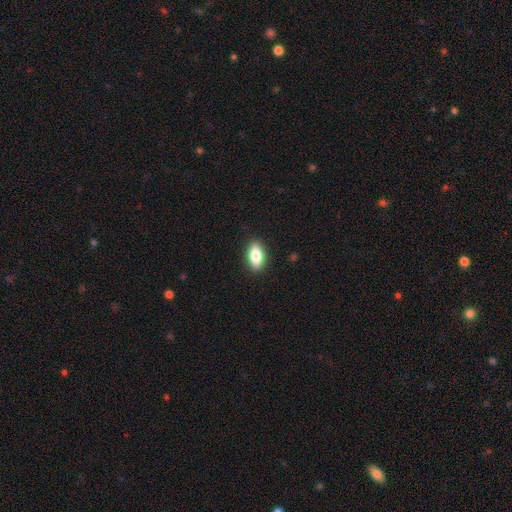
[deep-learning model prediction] This appears to be a smooth galaxy with no disk features (80%) that is in between round and cigar-shaped (85%). Merging: none (88%).